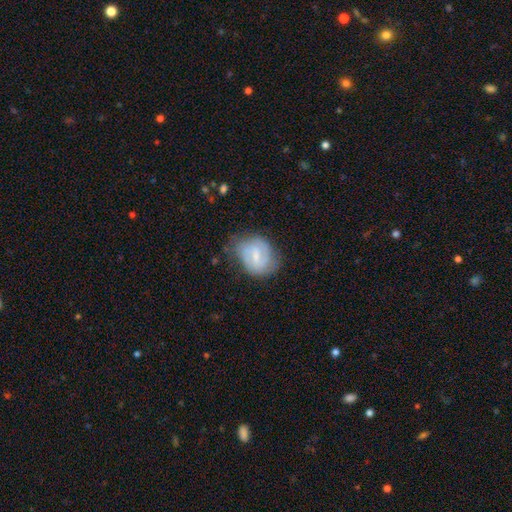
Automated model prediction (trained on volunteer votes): smooth_or_featured: featured or disk (p=0.60) [alt: smooth p=0.34]
disk_edge_on: no (p=0.97) [alt: yes p=0.03]
bar: weak (p=0.60) [alt: strong p=0.23]
has_spiral_arms: yes (p=0.77) [alt: no p=0.23]
bulge_size: small (p=0.56) [alt: moderate p=0.31]
merging: none (p=0.59) [alt: minor disturbance p=0.29]